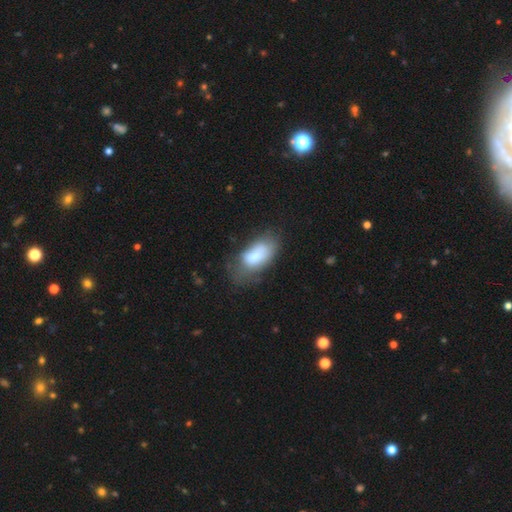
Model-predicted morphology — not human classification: Overall: smooth (73%). How rounded: in between (92%). Merging: none (42%; minor disturbance 30%).